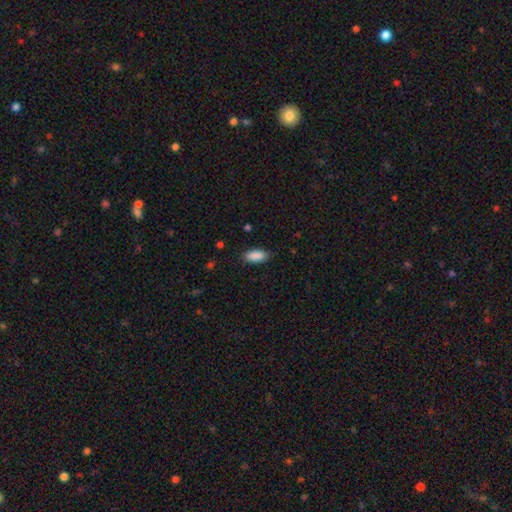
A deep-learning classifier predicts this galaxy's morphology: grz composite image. It shows a smooth galaxy with no disk features (89%) that is in between round and cigar-shaped (87%). Merging: none (85%).